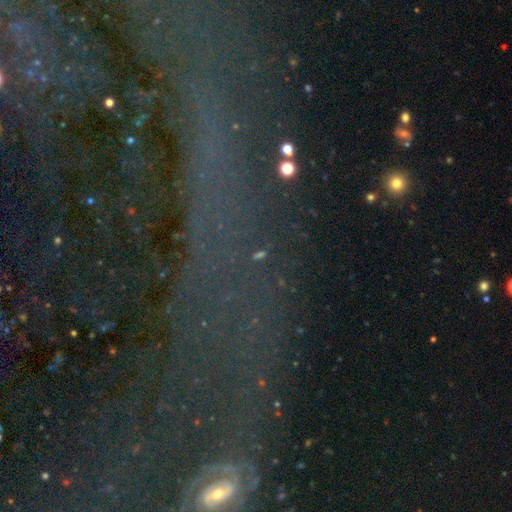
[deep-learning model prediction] The model was most divided on "smooth or featured": star or artifact: 58%, featured or disk: 25%, smooth: 16%.